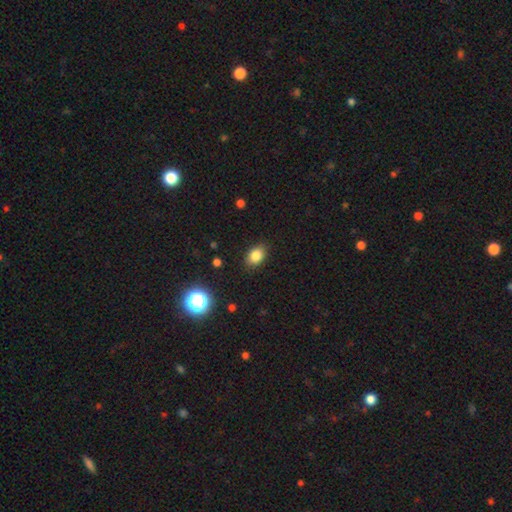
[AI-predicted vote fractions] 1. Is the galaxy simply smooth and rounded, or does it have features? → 83% smooth, 11% star or artifact, 6% featured or disk.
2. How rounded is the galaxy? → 75% in between, 23% round, 1% cigar-shaped.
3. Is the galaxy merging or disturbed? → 85% none, 11% minor disturbance, 3% major disturbance, 1% merger.